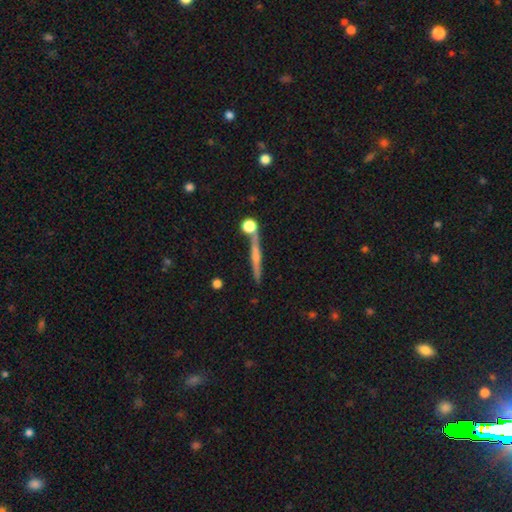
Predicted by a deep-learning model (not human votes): Overall: featured or disk (52%; smooth 30%). Edge-on disk: yes (91%). Merging: none (75%).